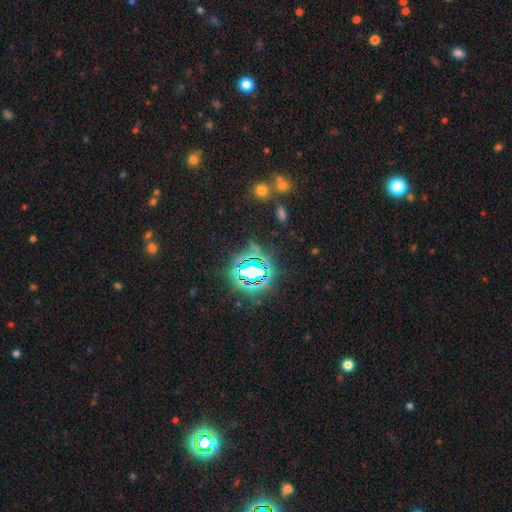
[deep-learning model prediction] smooth_or_featured: star or artifact (p=0.79) [alt: smooth p=0.14]